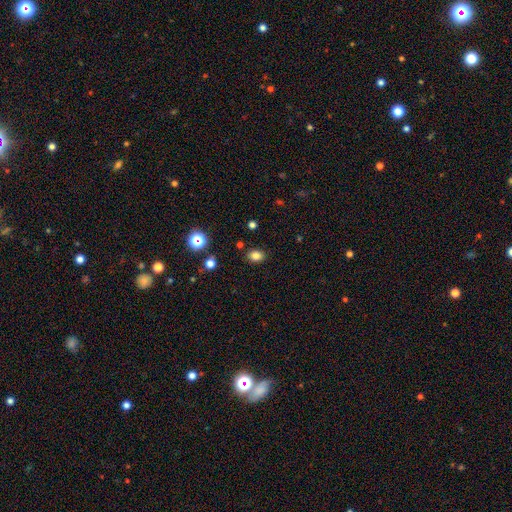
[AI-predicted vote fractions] The model was most divided on "how rounded": in between: 66%, round: 33%, cigar-shaped: 1%. More confident: merging — none (86%); smooth or featured — smooth (81%).